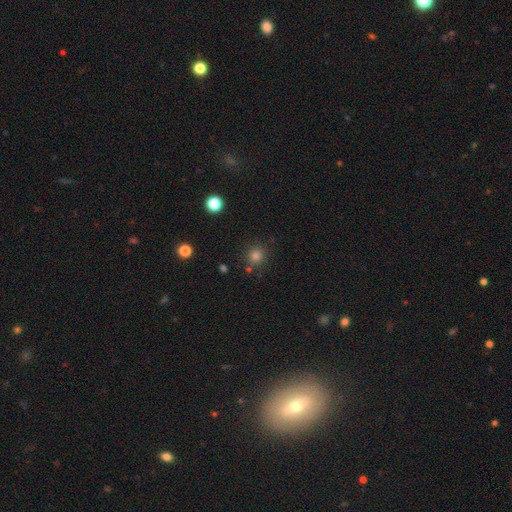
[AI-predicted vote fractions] A smooth galaxy with no disk features (79%) that is round (92%). Merging: none (84%).